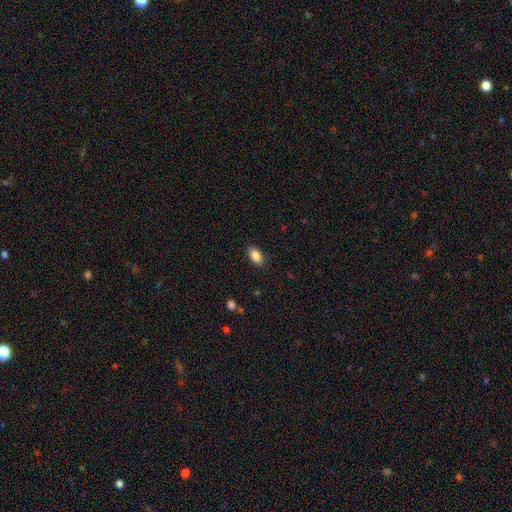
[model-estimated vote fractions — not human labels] Smooth or featured?
  - smooth: 87% *
  - star or artifact: 8%
  - featured or disk: 5%
How rounded?
  - in between: 90% *
  - round: 6%
  - cigar-shaped: 3%
Merging?
  - none: 86% *
  - minor disturbance: 10%
  - major disturbance: 2%
  - merger: 1%